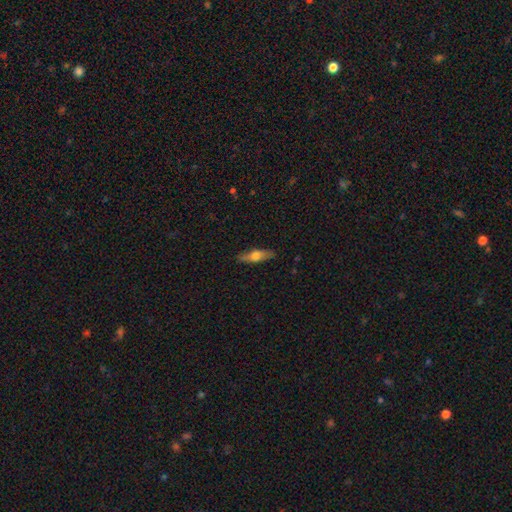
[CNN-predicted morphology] smooth 52%, featured or disk 42%, star or artifact 6%. Down the decision tree: how rounded — cigar-shaped (62%); merging — none (87%).